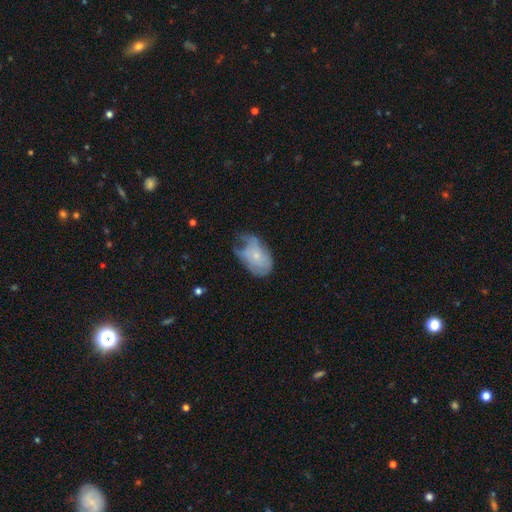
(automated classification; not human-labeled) Smooth or featured: smooth — 54% (featured or disk — 38%)
How rounded: in between — 85% (round — 13%)
Merging: minor disturbance — 37% (major disturbance — 36%)